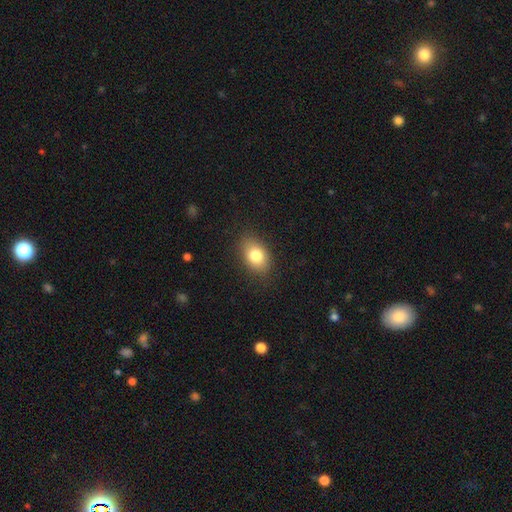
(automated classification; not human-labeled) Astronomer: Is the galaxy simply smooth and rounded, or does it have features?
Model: smooth — 80%.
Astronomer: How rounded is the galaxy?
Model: in between — 79%.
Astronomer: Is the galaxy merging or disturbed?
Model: none — 85%.